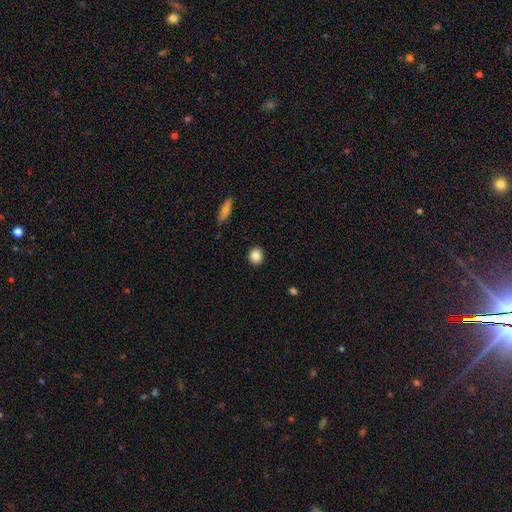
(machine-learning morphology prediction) A smooth galaxy with no disk features (86%) that is round (77%). Merging: none (91%).